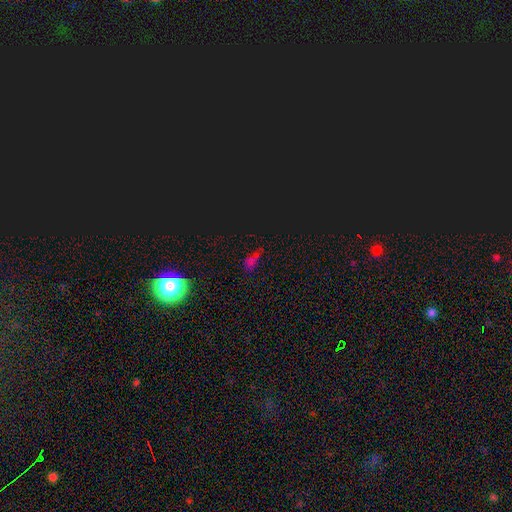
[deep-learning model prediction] A star or artifact, not a galaxy (59%).

Vote fractions:
- Smooth or featured? star or artifact: 59% / smooth: 32% / featured or disk: 8%